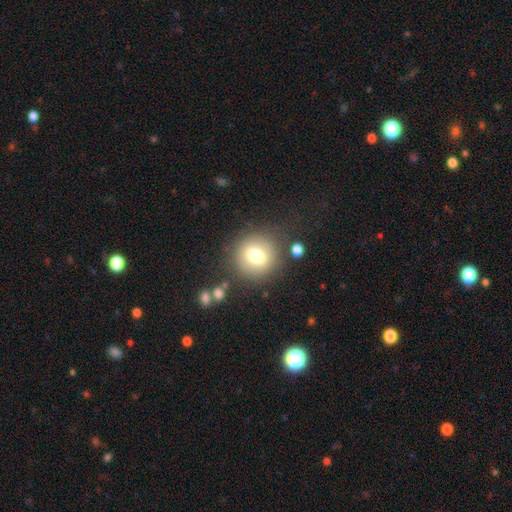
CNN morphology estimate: The model was most divided on "smooth or featured": smooth: 71%, featured or disk: 19%, star or artifact: 10%. More confident: how rounded — round (86%); merging — none (81%).